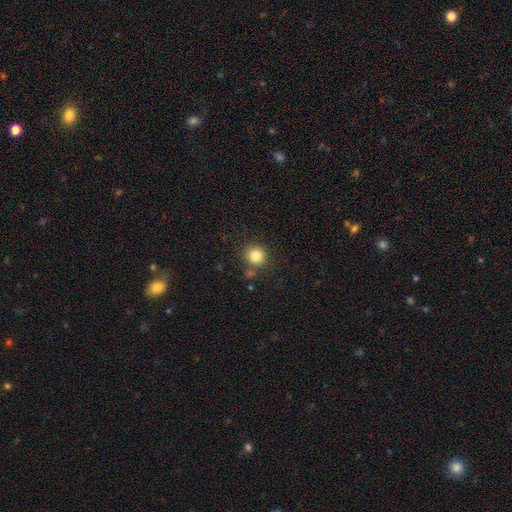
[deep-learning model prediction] The model was most divided on "merging": none: 78%, minor disturbance: 10%, merger: 9%, major disturbance: 3%. More confident: how rounded — round (91%); smooth or featured — smooth (84%).